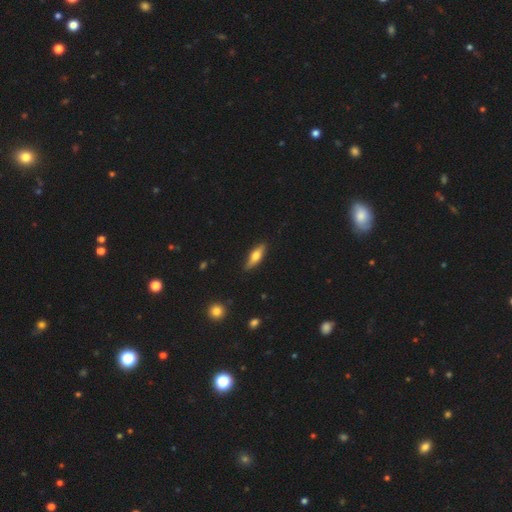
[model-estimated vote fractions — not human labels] Smooth or featured: smooth — 53% (featured or disk — 41%)
How rounded: cigar-shaped — 52% (in between — 45%)
Merging: none — 86% (minor disturbance — 11%)